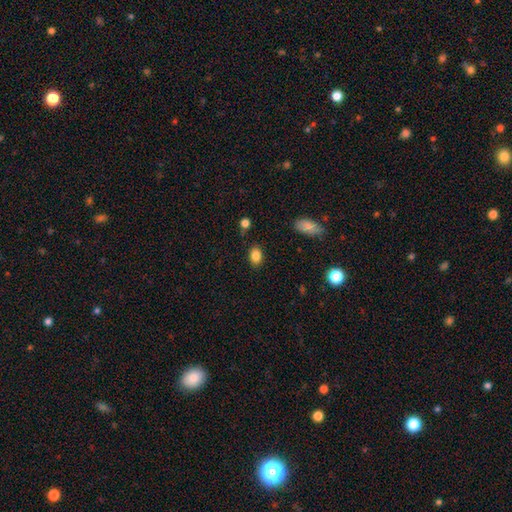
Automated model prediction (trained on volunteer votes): Overall: smooth (85%). How rounded: in between (79%). Merging: none (84%).